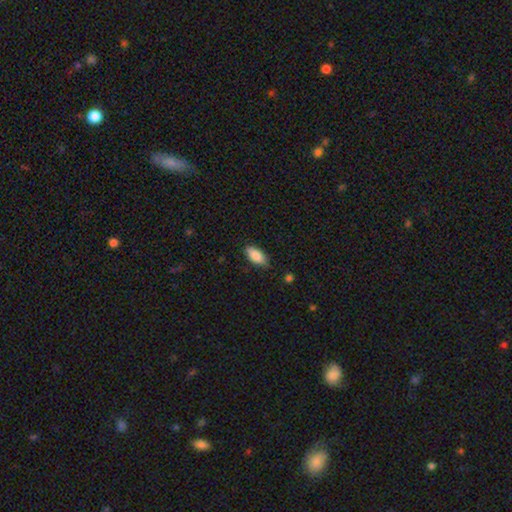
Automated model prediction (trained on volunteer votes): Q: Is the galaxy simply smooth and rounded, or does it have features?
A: smooth — 86%.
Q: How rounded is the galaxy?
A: in between — 90%.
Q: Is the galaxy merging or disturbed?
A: none — 81%.